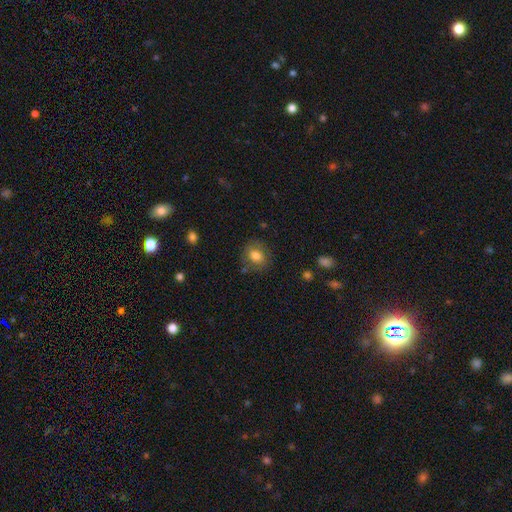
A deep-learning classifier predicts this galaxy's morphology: Smooth or featured? Predicted: smooth (p=0.79). How rounded? Predicted: round (p=0.63). Merging? Predicted: none (p=0.79).